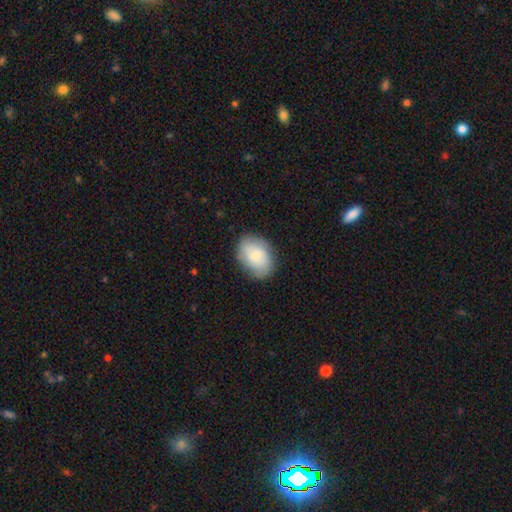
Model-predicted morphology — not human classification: smooth-or-featured: smooth: 61% | featured or disk: 32% | star or artifact: 7%
  how-rounded: in between: 74% | round: 25% | cigar-shaped: 1%
  merging: none: 78% | minor disturbance: 17% | major disturbance: 4% | merger: 1%